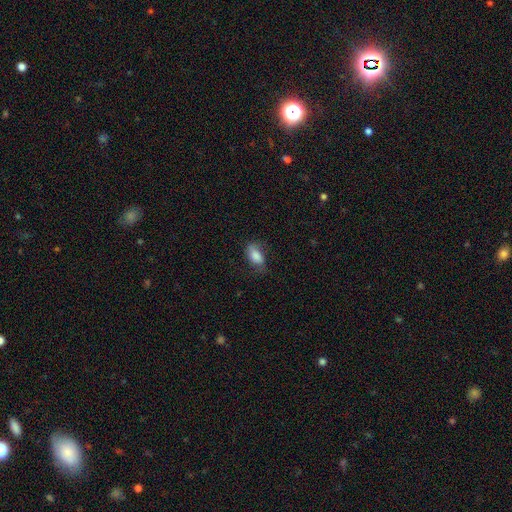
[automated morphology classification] Q: Smooth or featured?
A: smooth (83%); runner-up: featured or disk (9%)
Q: How rounded?
A: in between (89%); runner-up: round (5%)
Q: Merging?
A: none (65%); runner-up: minor disturbance (25%)